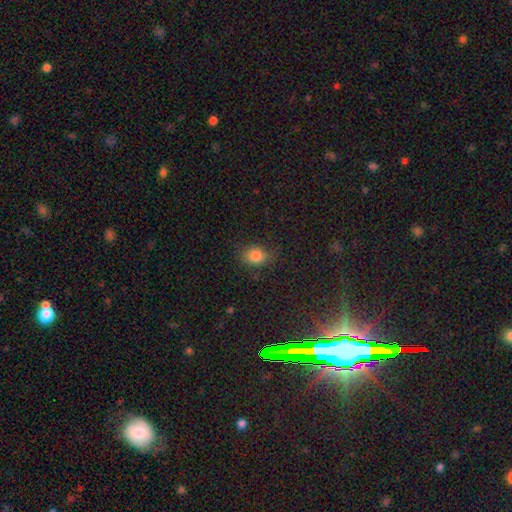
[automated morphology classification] Smooth or featured?
  - smooth: 82% *
  - star or artifact: 12%
  - featured or disk: 6%
How rounded?
  - round: 54% *
  - in between: 45%
  - cigar-shaped: 1%
Merging?
  - none: 75% *
  - minor disturbance: 18%
  - major disturbance: 6%
  - merger: 1%